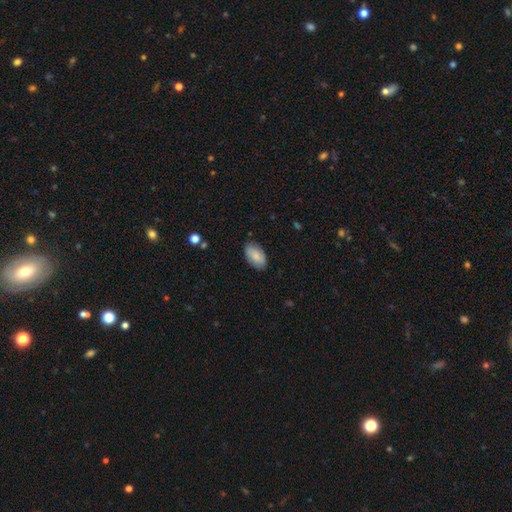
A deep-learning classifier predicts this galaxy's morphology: smooth-or-featured: smooth: 82% | featured or disk: 12% | star or artifact: 6%
  how-rounded: in between: 94% | round: 4% | cigar-shaped: 2%
  merging: none: 84% | minor disturbance: 13% | major disturbance: 2% | merger: 1%